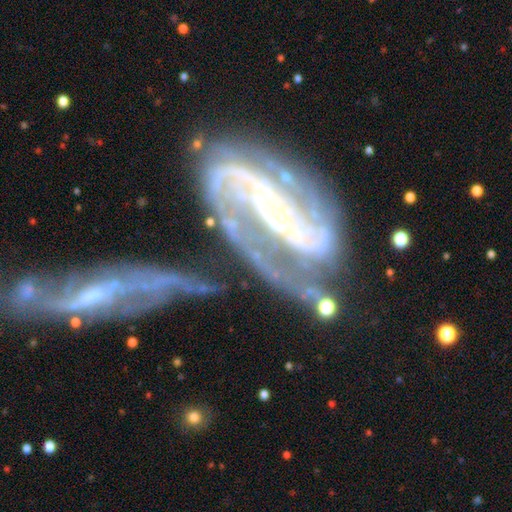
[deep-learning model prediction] smooth_or_featured: featured or disk (p=0.91) [alt: star or artifact p=0.05]
disk_edge_on: no (p=0.96) [alt: yes p=0.04]
bar: strong (p=0.47) [alt: weak p=0.32]
has_spiral_arms: yes (p=0.98) [alt: no p=0.02]
spiral_winding: medium (p=0.48) [alt: tight p=0.35]
spiral_arm_count: 2 (p=0.66) [alt: 3 p=0.12]
bulge_size: small (p=0.58) [alt: moderate p=0.23]
merging: none (p=0.36) [alt: merger p=0.23]